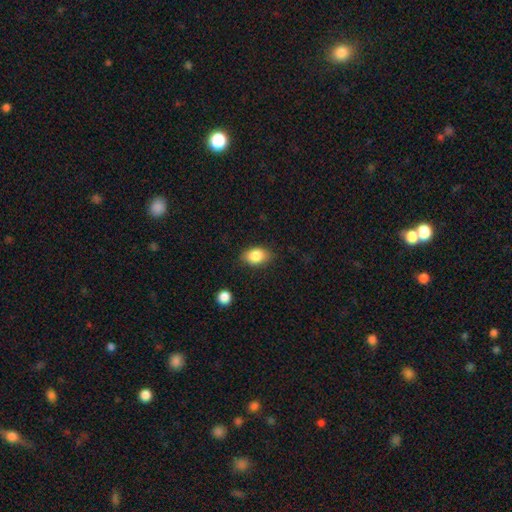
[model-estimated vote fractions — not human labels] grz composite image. It shows a smooth galaxy with no disk features (84%) that is in between round and cigar-shaped (81%). Merging: none (81%).